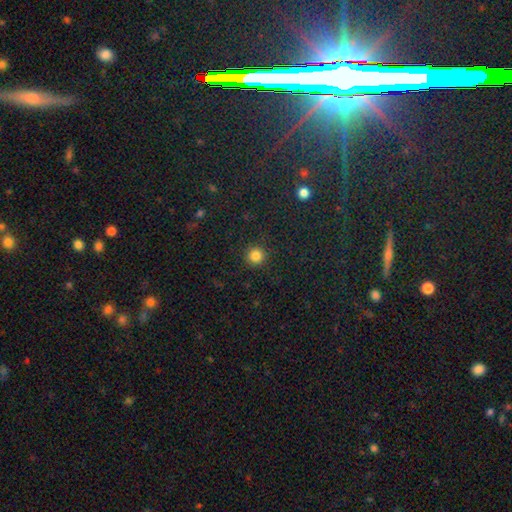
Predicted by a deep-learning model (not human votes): Smooth or featured?
  - smooth: 84% *
  - star or artifact: 12%
  - featured or disk: 4%
How rounded?
  - round: 95% *
  - in between: 5%
  - cigar-shaped: 1%
Merging?
  - none: 91% *
  - minor disturbance: 6%
  - major disturbance: 2%
  - merger: 1%